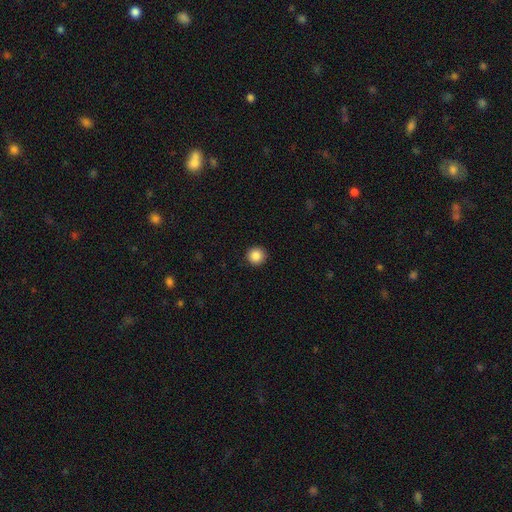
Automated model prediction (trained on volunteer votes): Morphology: type=smooth (87%); roundness=round (96%); merging=none (93%).